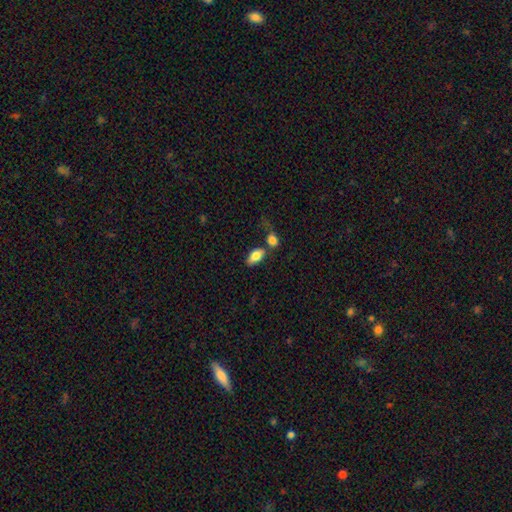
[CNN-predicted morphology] smooth_or_featured: smooth (p=0.81) [alt: featured or disk p=0.12]
how_rounded: in between (p=0.92) [alt: round p=0.05]
merging: none (p=0.53) [alt: merger p=0.27]